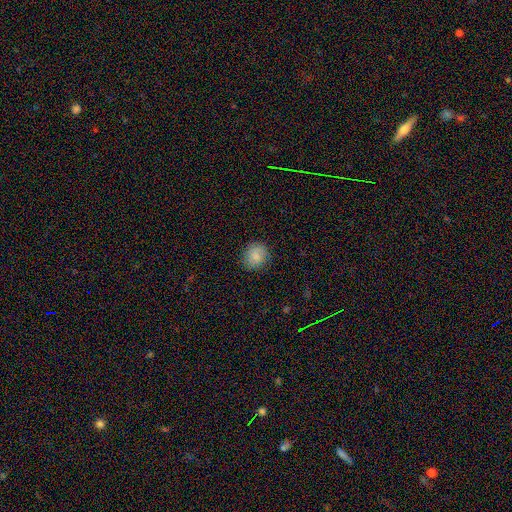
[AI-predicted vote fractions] Smooth or featured?
  - smooth: 85% *
  - star or artifact: 9%
  - featured or disk: 6%
How rounded?
  - round: 83% *
  - in between: 16%
  - cigar-shaped: 1%
Merging?
  - none: 86% *
  - minor disturbance: 10%
  - major disturbance: 3%
  - merger: 1%